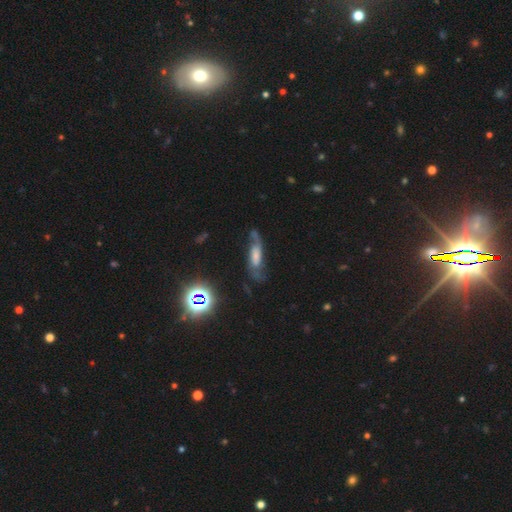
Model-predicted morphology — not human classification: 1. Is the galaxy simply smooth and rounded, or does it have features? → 60% featured or disk, 27% smooth, 13% star or artifact.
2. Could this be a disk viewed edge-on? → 81% no, 19% yes.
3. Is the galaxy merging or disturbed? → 47% none, 24% major disturbance, 24% minor disturbance, 5% merger.